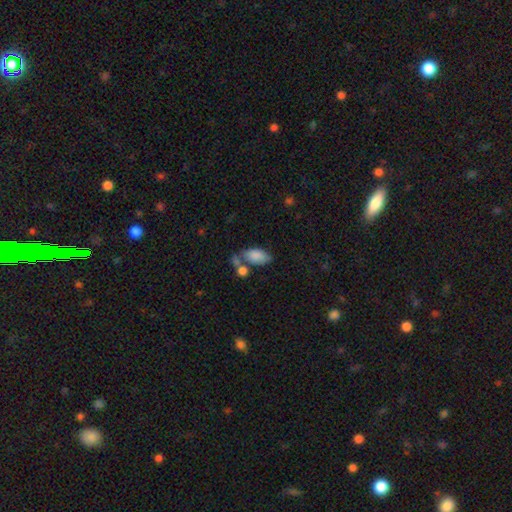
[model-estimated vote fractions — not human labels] Q: Smooth or featured?
A: smooth (83%); runner-up: featured or disk (10%)
Q: How rounded?
A: in between (93%); runner-up: round (4%)
Q: Merging?
A: none (46%); runner-up: merger (26%)